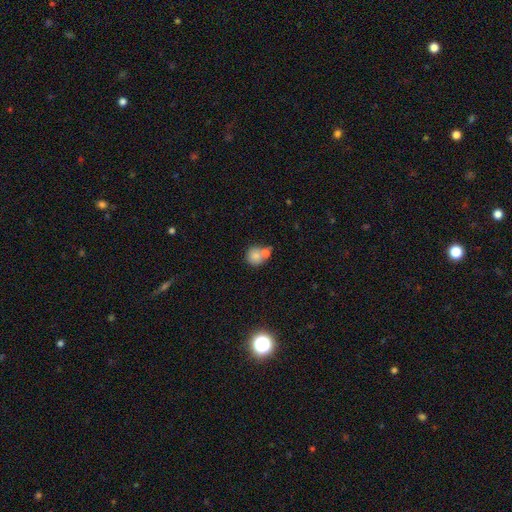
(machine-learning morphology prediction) Smooth or featured? smooth (79%)
How rounded? round (86%)
Merging? none (49%)